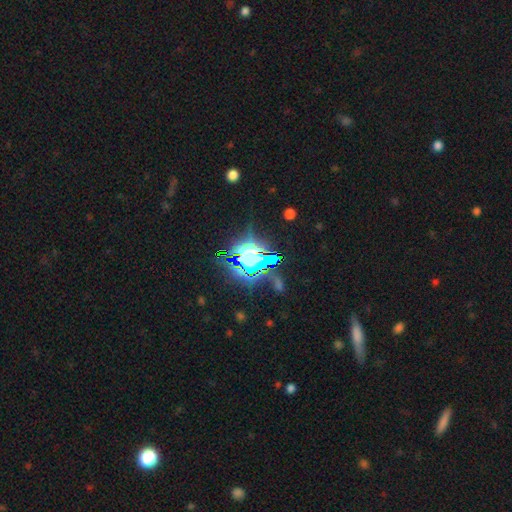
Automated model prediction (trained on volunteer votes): Morphology: type=star or artifact (79%).